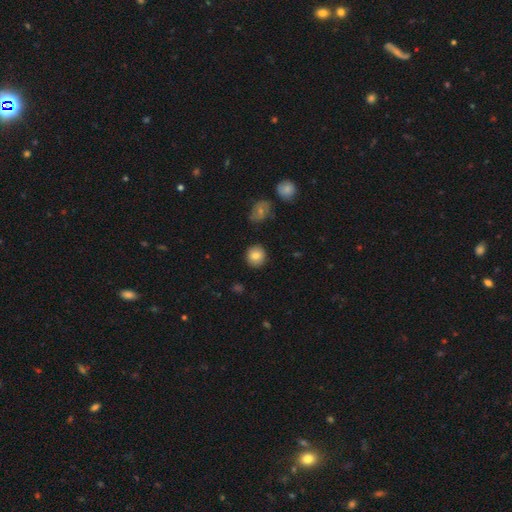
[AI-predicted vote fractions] smooth 82%, star or artifact 9%, featured or disk 9%. Down the decision tree: how rounded — round (89%); merging — none (90%).